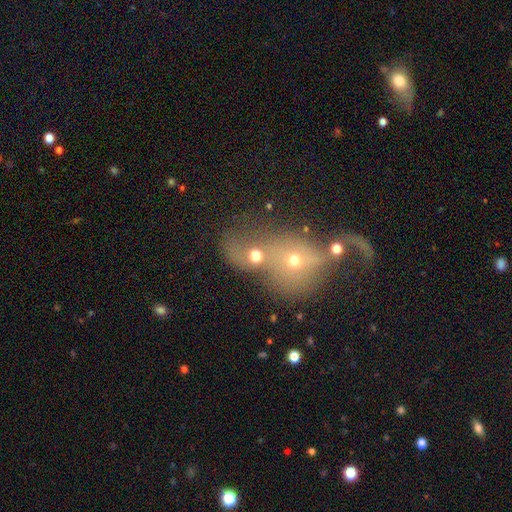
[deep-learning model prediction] This appears to be a smooth galaxy with no disk features (57%) that is round (61%). Merging: merger (73%).